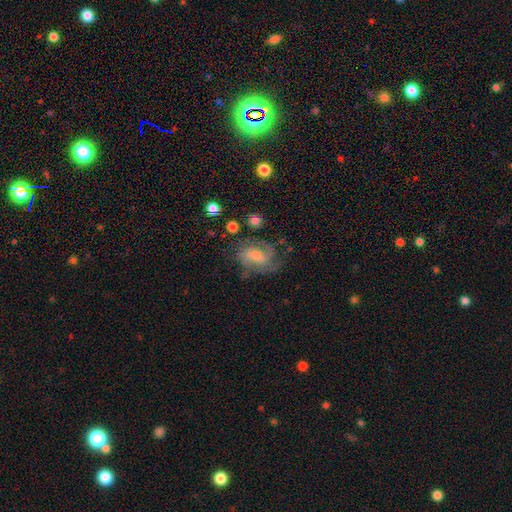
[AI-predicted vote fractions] This is likely a featured or disk galaxy (66%). It is clearly not viewed edge-on (97%). Bar: possibly no (49%). Spiral arm pattern: clearly yes (87%). Spiral arm count: marginally can't tell (33%). Spiral winding: marginally medium (44%). Central bulge: marginally moderate (35%). Merging: possibly none (58%).